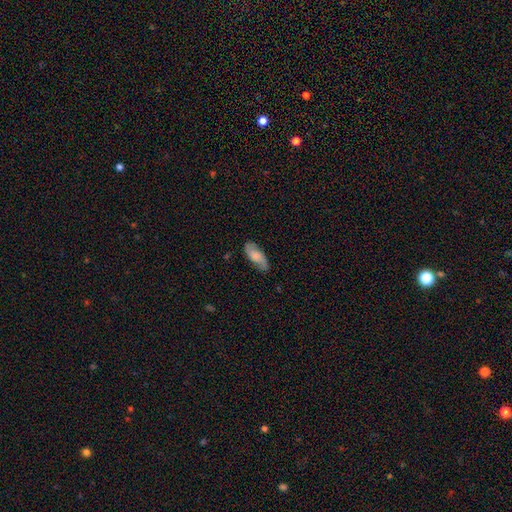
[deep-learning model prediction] smooth_or_featured: smooth (p=0.56) [alt: featured or disk p=0.38]
how_rounded: in between (p=0.81) [alt: cigar-shaped p=0.17]
merging: none (p=0.79) [alt: minor disturbance p=0.16]